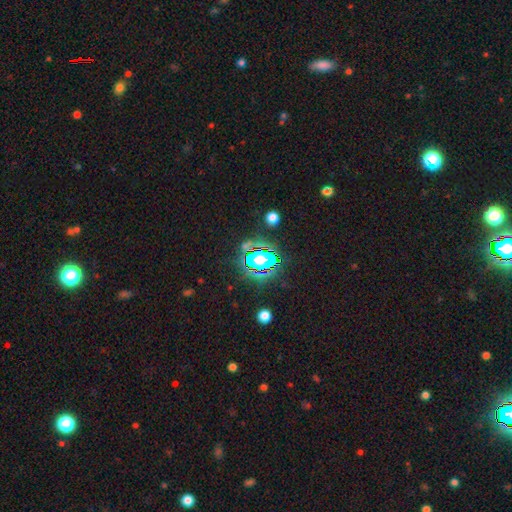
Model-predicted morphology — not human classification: Overall: star or artifact (73%).